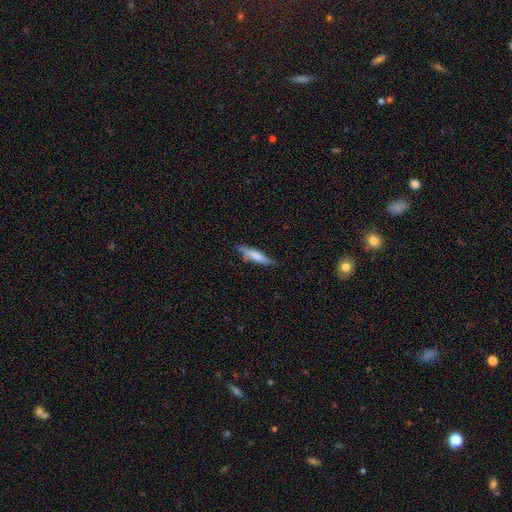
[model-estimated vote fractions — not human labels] Morphology: type=smooth (62%); roundness=cigar-shaped (82%); merging=none (73%).